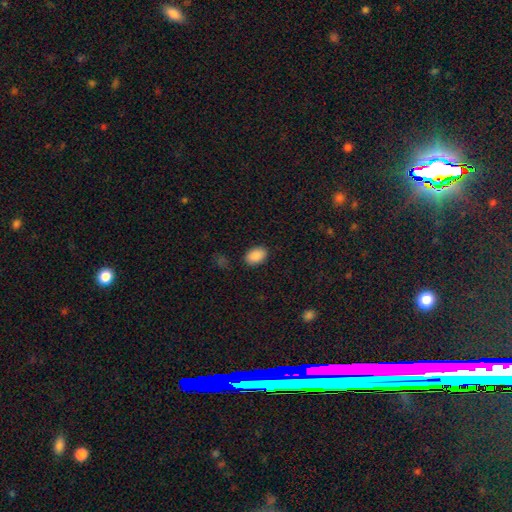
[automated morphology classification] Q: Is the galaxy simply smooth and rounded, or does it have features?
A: smooth — 89%.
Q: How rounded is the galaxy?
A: in between — 85%.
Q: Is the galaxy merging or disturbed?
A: none — 87%.